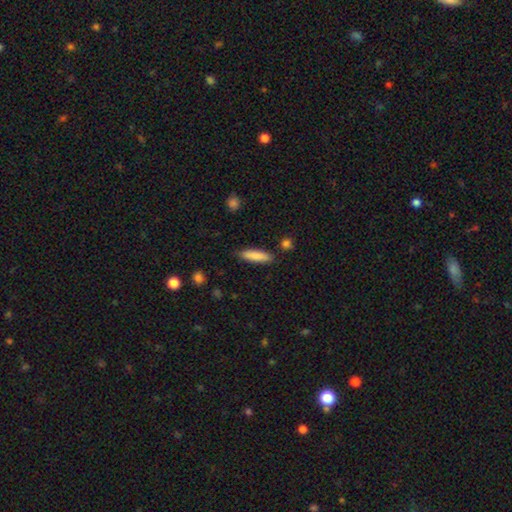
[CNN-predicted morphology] Overall: smooth (84%). How rounded: cigar-shaped (71%). Merging: none (86%).